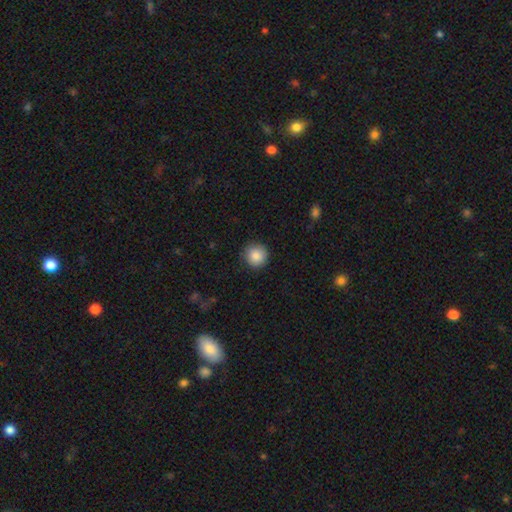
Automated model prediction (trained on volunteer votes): This is clearly a smooth galaxy (87%). How rounded: clearly round (95%). Merging: clearly none (90%).